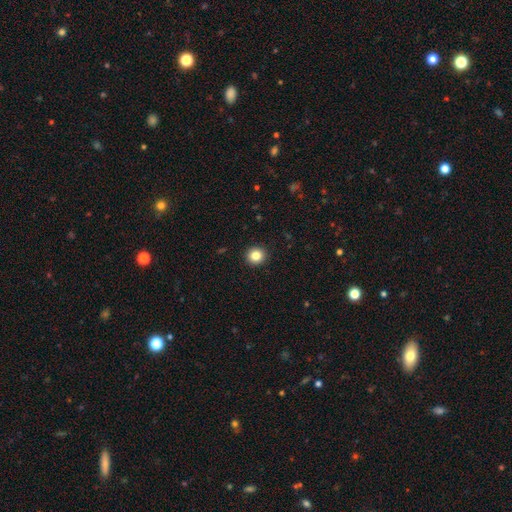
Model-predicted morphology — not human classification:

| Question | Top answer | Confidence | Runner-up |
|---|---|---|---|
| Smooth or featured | smooth | 84% | star or artifact (10%) |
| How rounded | round | 91% | in between (8%) |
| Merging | none | 93% | minor disturbance (5%) |